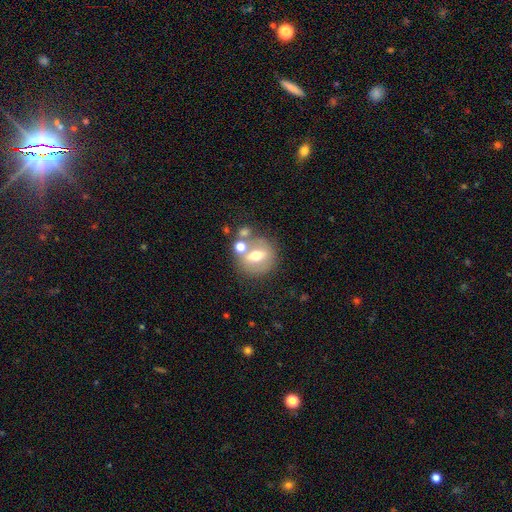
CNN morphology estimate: Smooth or featured? Predicted: smooth (p=0.47). Merging? Predicted: none (p=0.61).